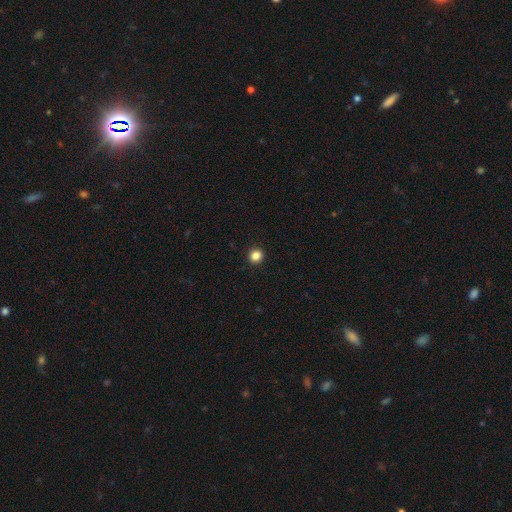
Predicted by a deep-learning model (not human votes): Morphology: type=smooth (85%); roundness=round (92%); merging=none (94%).